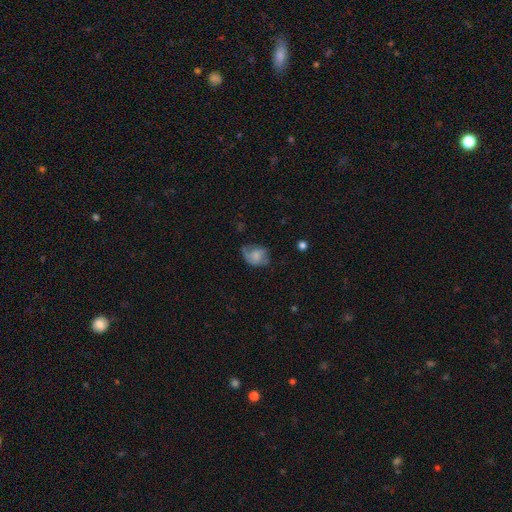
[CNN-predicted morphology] Smooth or featured? smooth (55%)
How rounded? in between (59%)
Merging? none (43%)